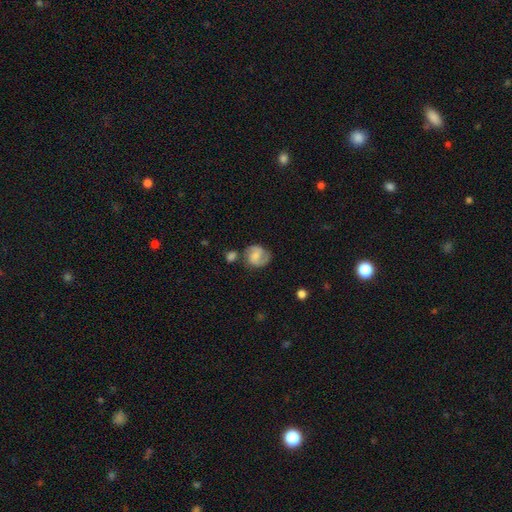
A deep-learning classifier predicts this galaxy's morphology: Smooth or featured? featured or disk (55%)
Edge-on disk? no (98%)
Bar? weak (48%)
Spiral arms? yes (87%)
Bulge size? small (41%)
Merging? none (59%)